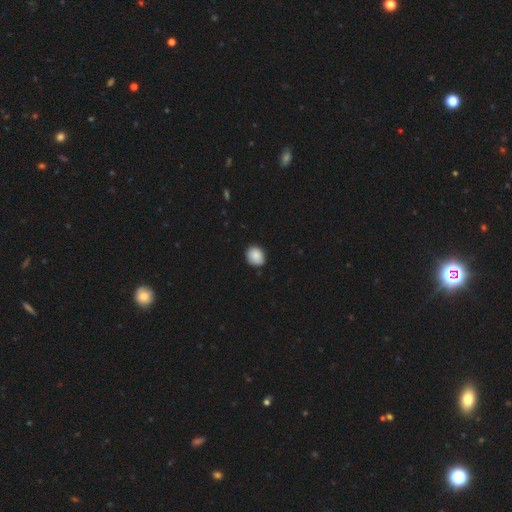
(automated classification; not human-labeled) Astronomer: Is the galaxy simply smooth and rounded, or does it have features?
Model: smooth — 88%.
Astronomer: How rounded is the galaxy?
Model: round — 61% (runner-up: in between, 38%).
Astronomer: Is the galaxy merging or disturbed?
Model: none — 82%.